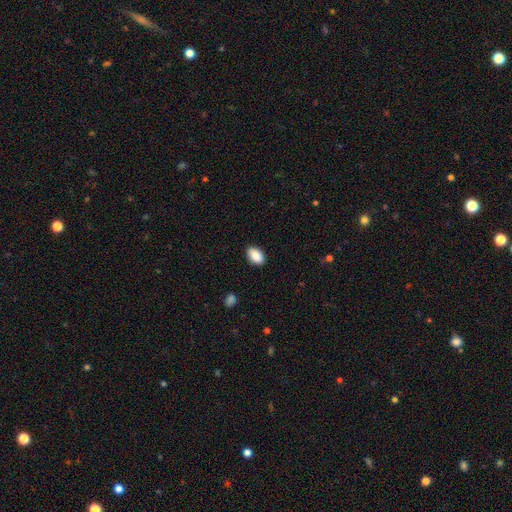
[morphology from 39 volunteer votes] smooth 87%, star or artifact 10%, featured or disk 3%. Down the decision tree: how rounded — in between (88%); merging — none (91%).